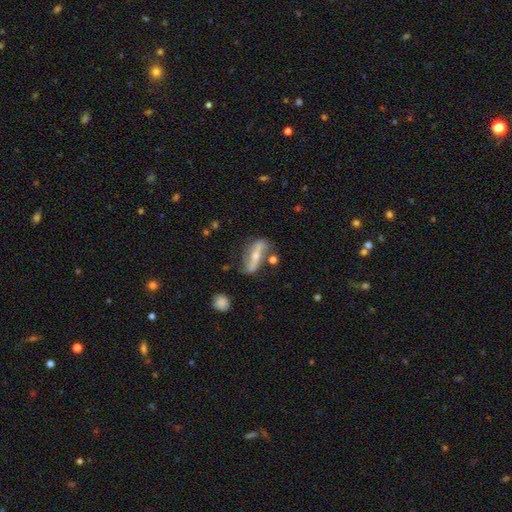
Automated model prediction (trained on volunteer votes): A featured or disk galaxy (74%). Merging: none (66%).